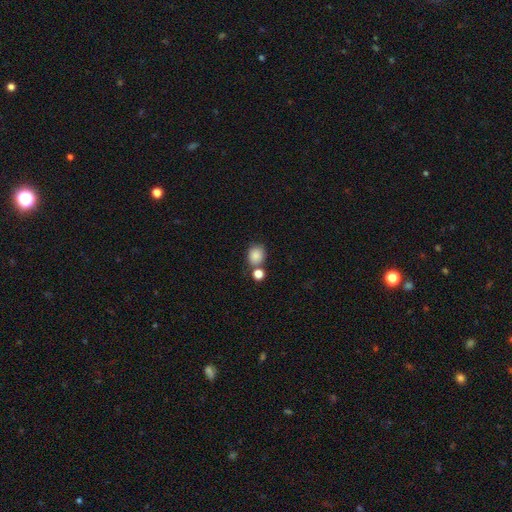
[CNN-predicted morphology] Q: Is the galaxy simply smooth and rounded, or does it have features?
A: smooth — 85%.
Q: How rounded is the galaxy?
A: round — 68%.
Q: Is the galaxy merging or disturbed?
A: none — 60%.